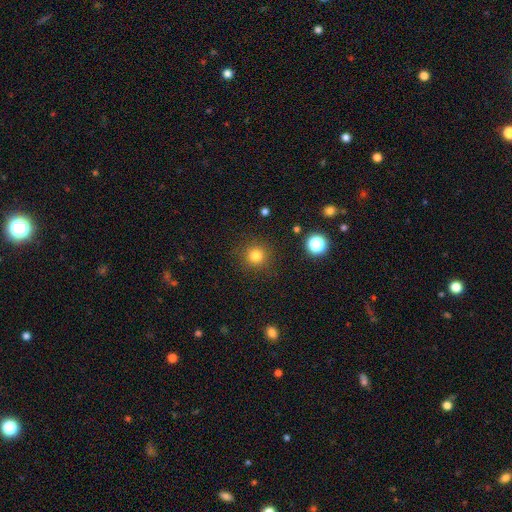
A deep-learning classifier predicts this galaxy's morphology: A smooth galaxy with no disk features (81%) that is round (94%).

Vote fractions:
- Smooth or featured? smooth: 81% / star or artifact: 14% / featured or disk: 5%
- How rounded? round: 94% / in between: 5% / cigar-shaped: 1%
- Merging? none: 89% / minor disturbance: 6% / major disturbance: 3% / merger: 1%